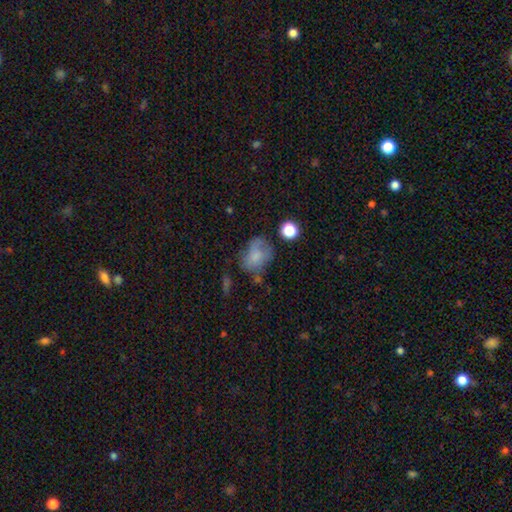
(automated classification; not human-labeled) smooth 67%, featured or disk 21%, star or artifact 12%. Down the decision tree: how rounded — in between (62%); merging — none (41%).